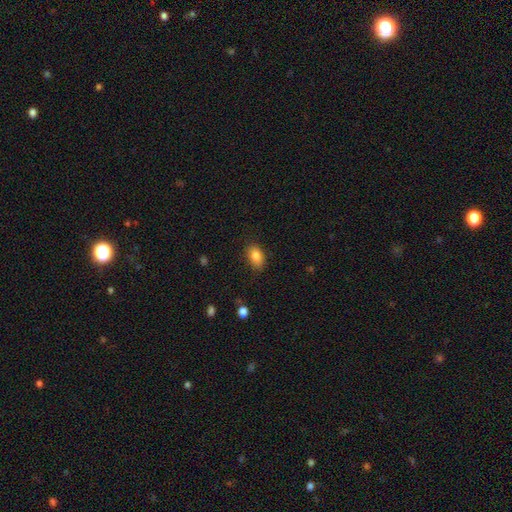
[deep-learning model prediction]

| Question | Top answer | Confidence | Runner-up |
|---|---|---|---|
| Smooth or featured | smooth | 84% | star or artifact (8%) |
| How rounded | in between | 87% | round (11%) |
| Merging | none | 82% | minor disturbance (14%) |